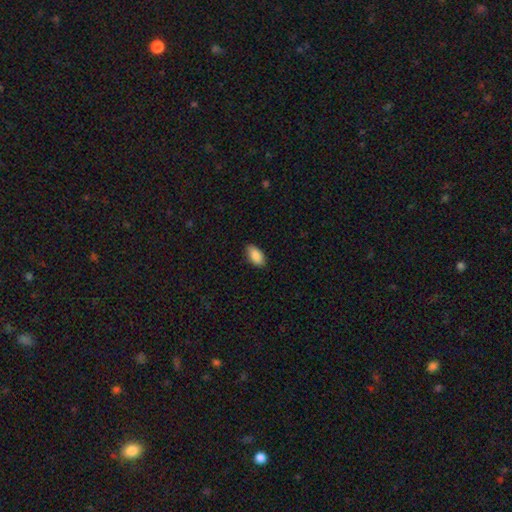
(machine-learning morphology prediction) smooth 89%, star or artifact 7%, featured or disk 5%. Down the decision tree: how rounded — in between (94%); merging — none (87%).